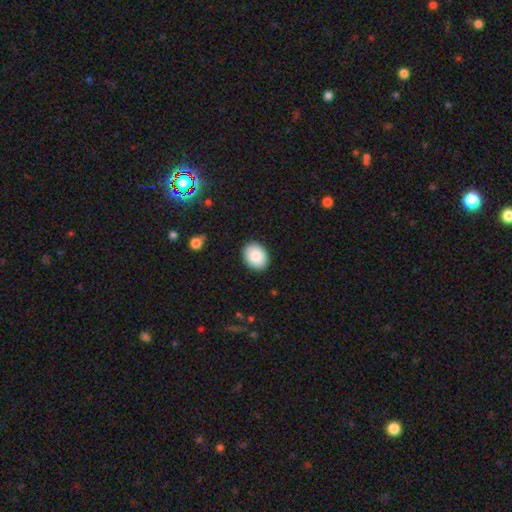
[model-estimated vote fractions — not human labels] A smooth galaxy with no disk features (87%) that is in between round and cigar-shaped (66%).

Vote fractions:
- Smooth or featured? smooth: 87% / star or artifact: 7% / featured or disk: 6%
- How rounded? in between: 66% / round: 33% / cigar-shaped: 1%
- Merging? none: 90% / minor disturbance: 8% / major disturbance: 2% / merger: 1%